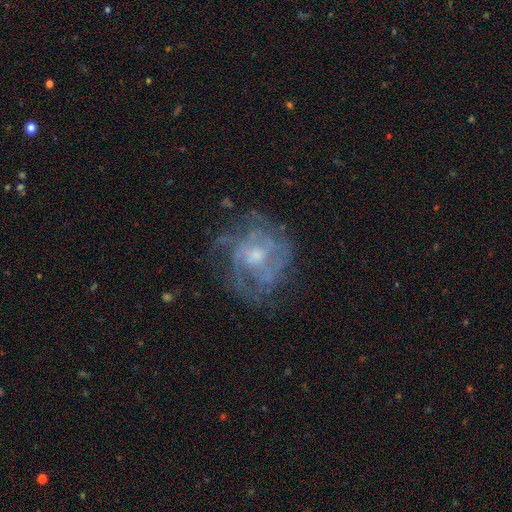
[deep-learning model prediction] Morphology: type=featured or disk (79%); edge-on=no (98%); bar=no (66%); spiral arms=yes (78%); winding=tight (47%); arm count=can't tell (44%); bulge=moderate (48%); merging=none (61%).